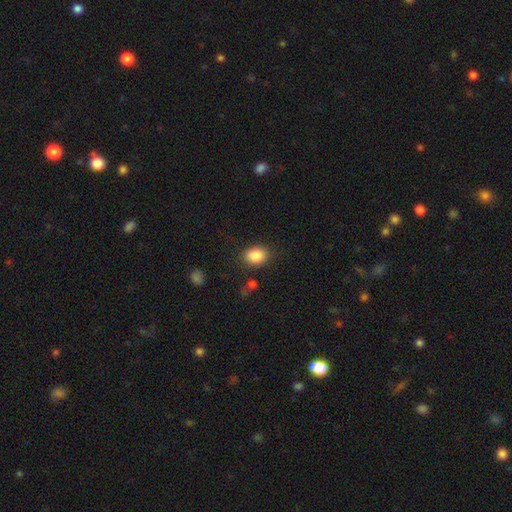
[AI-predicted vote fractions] Overall: smooth (86%). How rounded: in between (66%; round 33%). Merging: none (80%).